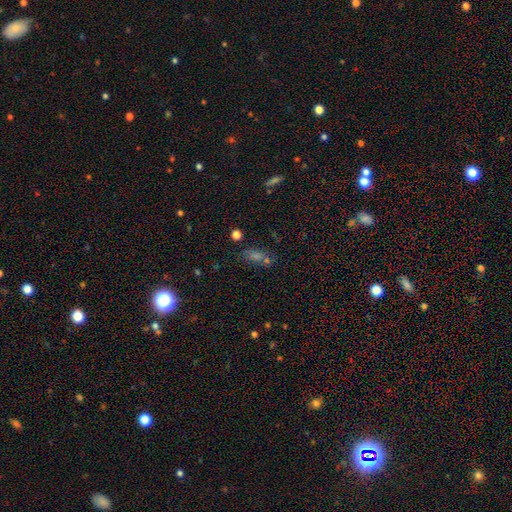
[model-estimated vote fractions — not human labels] smooth_or_featured: smooth (p=0.50) [alt: star or artifact p=0.36]
merging: none (p=0.64) [alt: merger p=0.15]